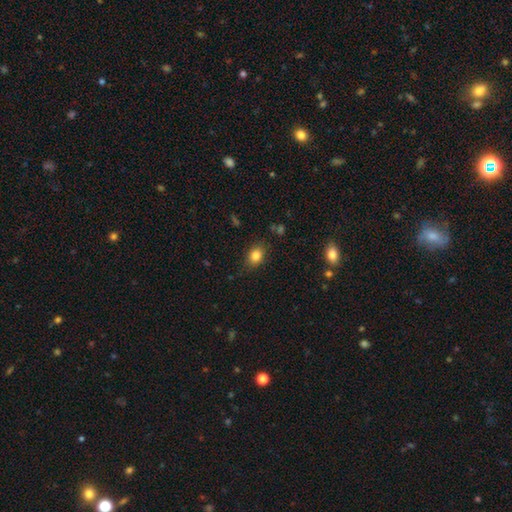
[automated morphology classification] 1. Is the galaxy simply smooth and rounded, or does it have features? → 83% smooth, 10% star or artifact, 6% featured or disk.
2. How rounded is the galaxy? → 65% in between, 34% round, 1% cigar-shaped.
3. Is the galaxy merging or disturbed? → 82% none, 13% minor disturbance, 3% major disturbance, 1% merger.